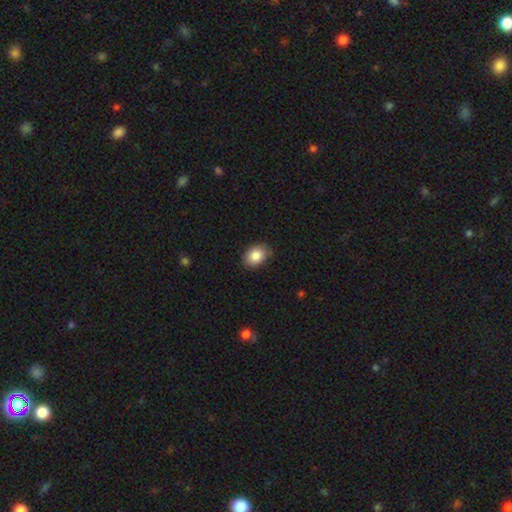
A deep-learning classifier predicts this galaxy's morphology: Q: Smooth or featured?
A: smooth (85%); runner-up: star or artifact (7%)
Q: How rounded?
A: in between (74%); runner-up: round (25%)
Q: Merging?
A: none (83%); runner-up: minor disturbance (13%)